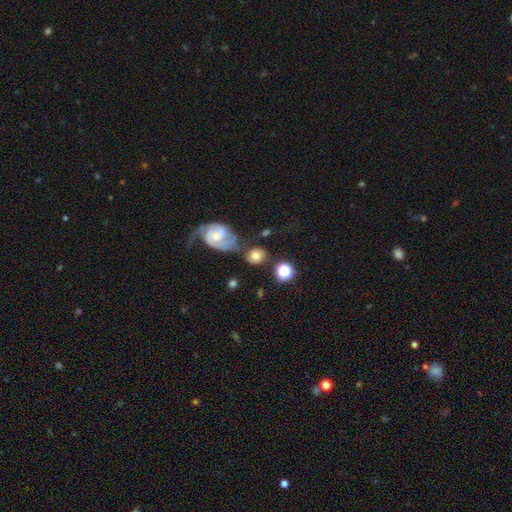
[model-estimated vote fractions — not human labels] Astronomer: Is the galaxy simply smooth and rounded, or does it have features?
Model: smooth — 62%.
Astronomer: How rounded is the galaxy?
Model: round — 68%.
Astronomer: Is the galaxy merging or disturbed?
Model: none — 61%.